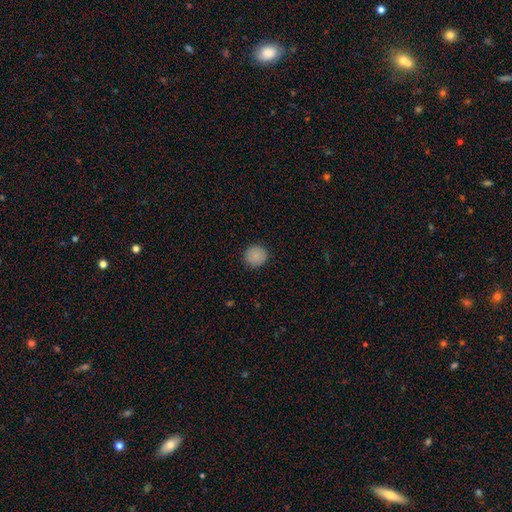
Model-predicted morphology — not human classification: Smooth or featured? smooth (87%)
How rounded? round (93%)
Merging? none (91%)